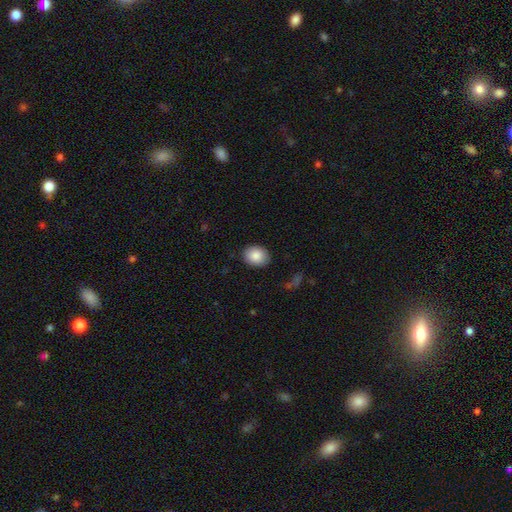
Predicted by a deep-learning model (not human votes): Smooth or featured? smooth (87%)
How rounded? round (54%)
Merging? none (88%)